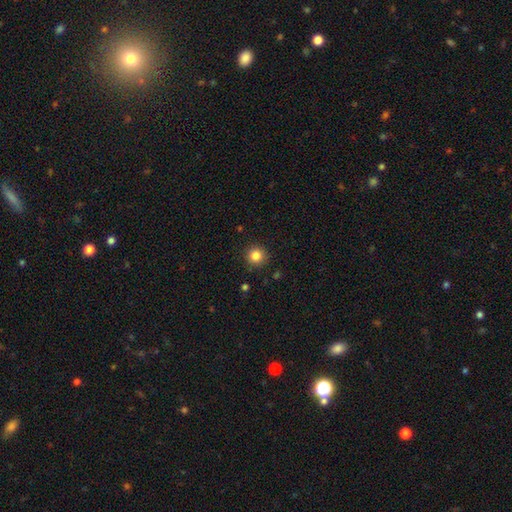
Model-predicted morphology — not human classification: Smooth or featured?
  - smooth: 85% *
  - star or artifact: 11%
  - featured or disk: 4%
How rounded?
  - round: 94% *
  - in between: 5%
  - cigar-shaped: 1%
Merging?
  - none: 91% *
  - minor disturbance: 6%
  - major disturbance: 2%
  - merger: 1%